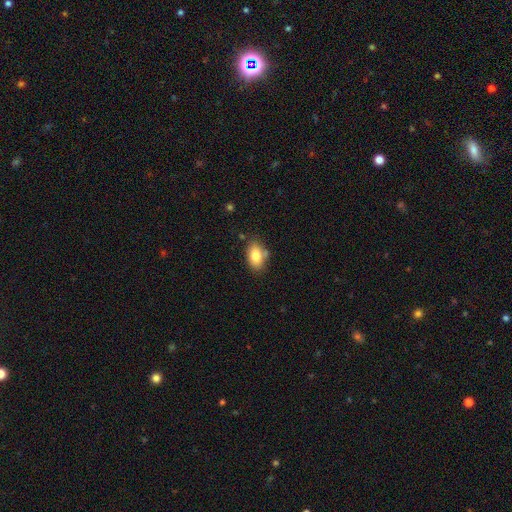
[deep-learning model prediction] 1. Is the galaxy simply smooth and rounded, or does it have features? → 81% smooth, 11% featured or disk, 8% star or artifact.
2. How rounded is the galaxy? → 89% in between, 9% round, 2% cigar-shaped.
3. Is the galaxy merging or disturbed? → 73% none, 17% minor disturbance, 7% merger, 4% major disturbance.